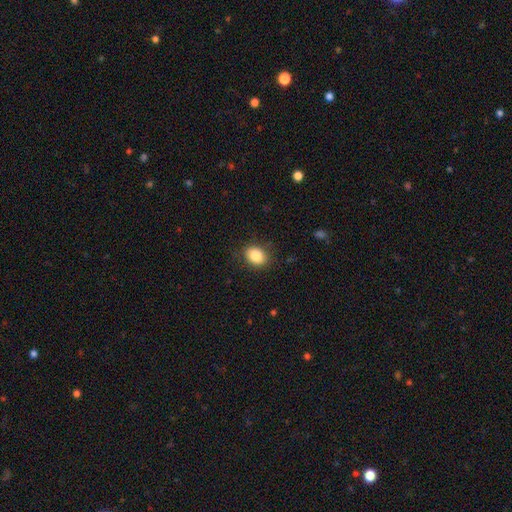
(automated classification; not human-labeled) Smooth or featured? smooth (86%)
How rounded? in between (56%)
Merging? none (85%)